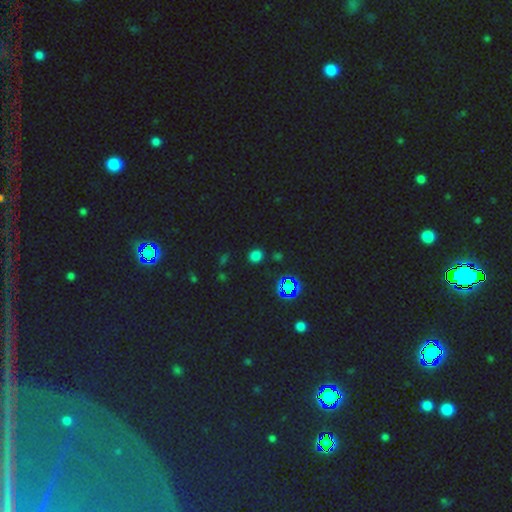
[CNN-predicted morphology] smooth-or-featured: smooth: 66% | star or artifact: 29% | featured or disk: 5%
  how-rounded: round: 78% | in between: 21% | cigar-shaped: 1%
  merging: none: 86% | minor disturbance: 8% | merger: 3% | major disturbance: 3%